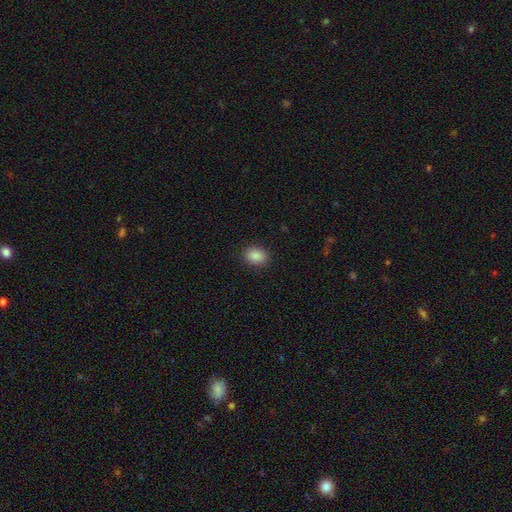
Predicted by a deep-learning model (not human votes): smooth-or-featured: smooth: 88% | star or artifact: 9% | featured or disk: 3%
  how-rounded: in between: 65% | round: 34% | cigar-shaped: 1%
  merging: none: 89% | minor disturbance: 8% | major disturbance: 2% | merger: 1%